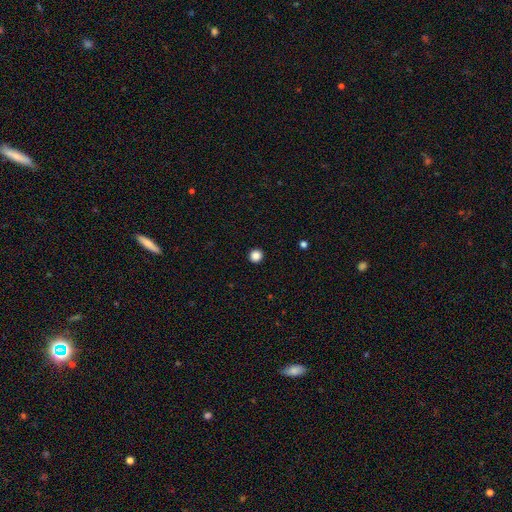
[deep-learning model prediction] Smooth or featured: smooth — 87% (star or artifact — 10%)
How rounded: round — 95% (in between — 4%)
Merging: none — 94% (minor disturbance — 4%)